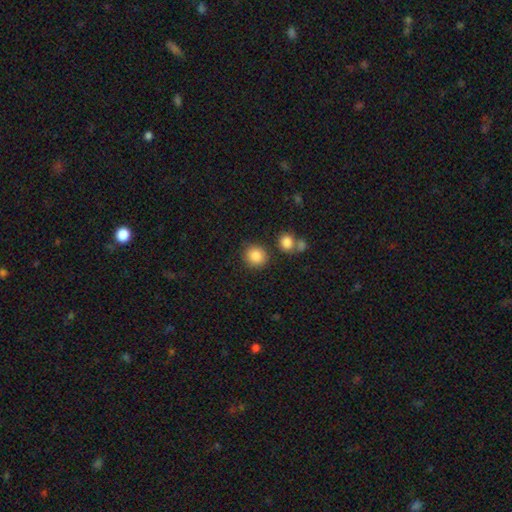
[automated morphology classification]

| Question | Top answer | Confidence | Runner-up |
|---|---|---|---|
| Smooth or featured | smooth | 86% | star or artifact (9%) |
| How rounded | round | 89% | in between (10%) |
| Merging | none | 83% | minor disturbance (8%) |